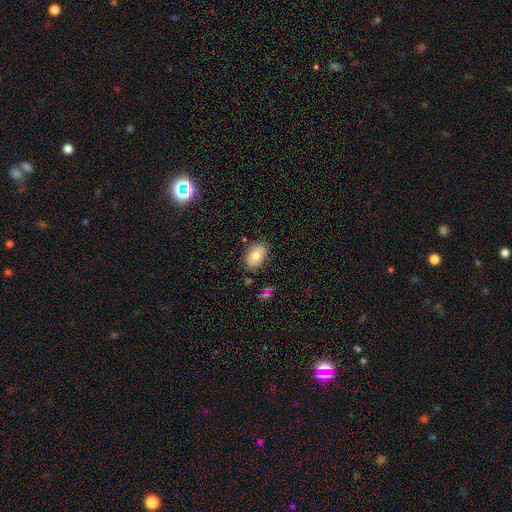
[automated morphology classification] Overall: smooth (70%). How rounded: in between (82%). Merging: none (82%).